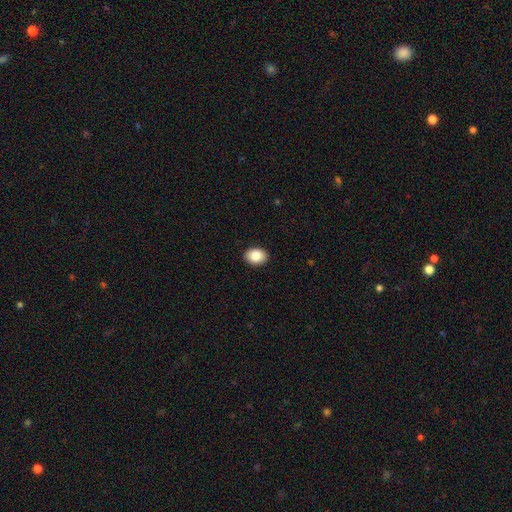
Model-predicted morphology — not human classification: A smooth galaxy with no disk features (85%) that is in between round and cigar-shaped (73%). Merging: none (91%).